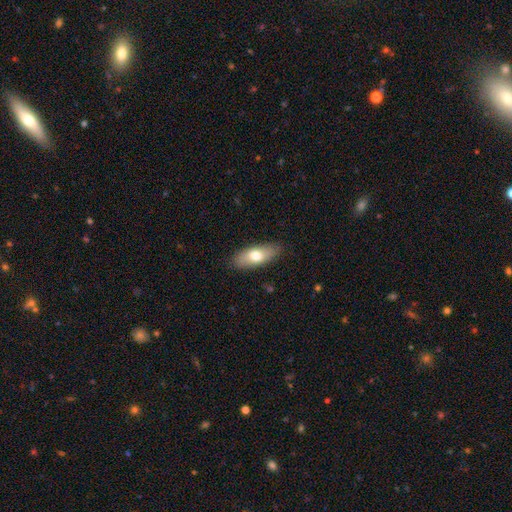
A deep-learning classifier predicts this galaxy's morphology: Smooth or featured?
  - smooth: 71% *
  - featured or disk: 23%
  - star or artifact: 6%
How rounded?
  - in between: 77% *
  - cigar-shaped: 20%
  - round: 3%
Merging?
  - none: 86% *
  - minor disturbance: 11%
  - major disturbance: 2%
  - merger: 1%